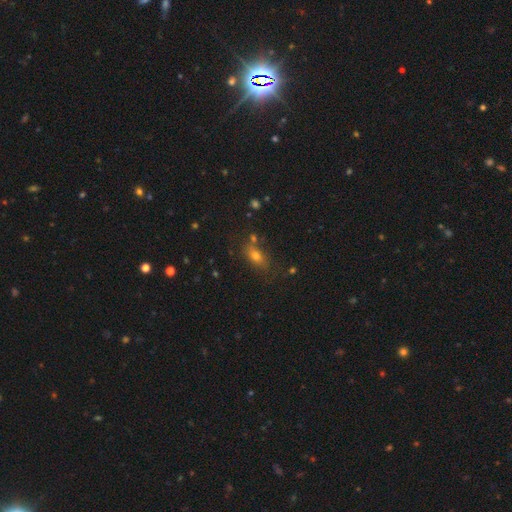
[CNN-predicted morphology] smooth 68%, star or artifact 18%, featured or disk 14%. Down the decision tree: how rounded — in between (71%); merging — none (71%).